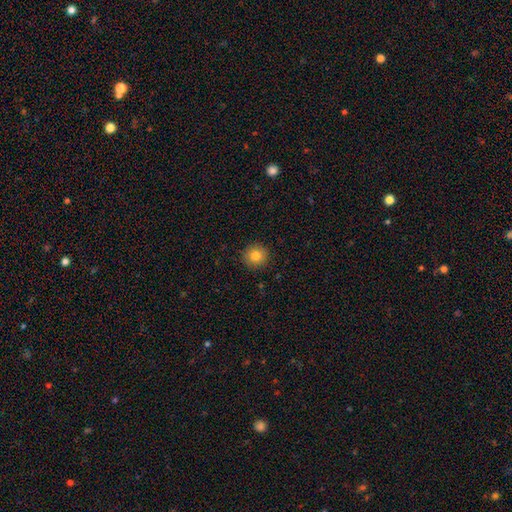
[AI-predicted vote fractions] Smooth or featured? smooth (81%)
How rounded? round (93%)
Merging? none (92%)